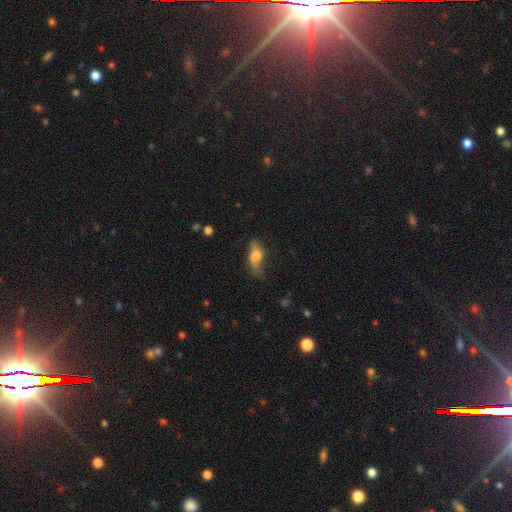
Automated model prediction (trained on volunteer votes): Morphology: type=smooth (65%); roundness=in between (71%); merging=none (58%).